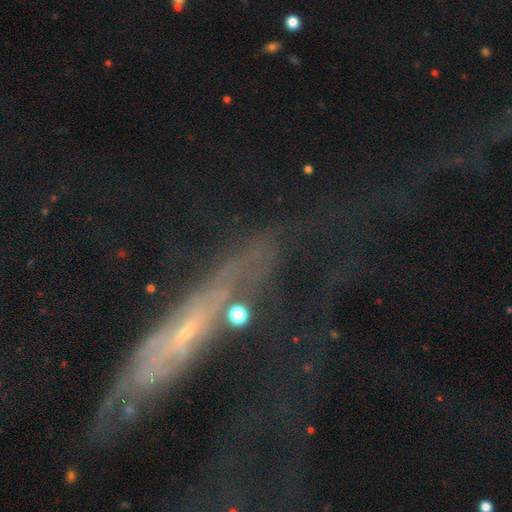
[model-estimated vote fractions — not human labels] This is possibly a featured or disk galaxy (58%). It is possibly not viewed edge-on (56%). Merging: possibly none (47%).